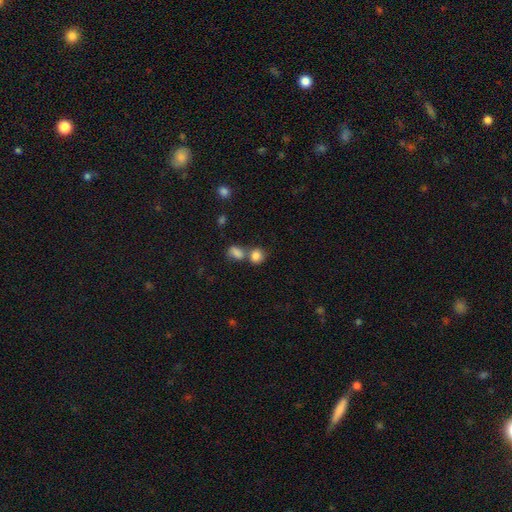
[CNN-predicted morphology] type=smooth (83%); roundness=round (67%); merging=merger (45%).